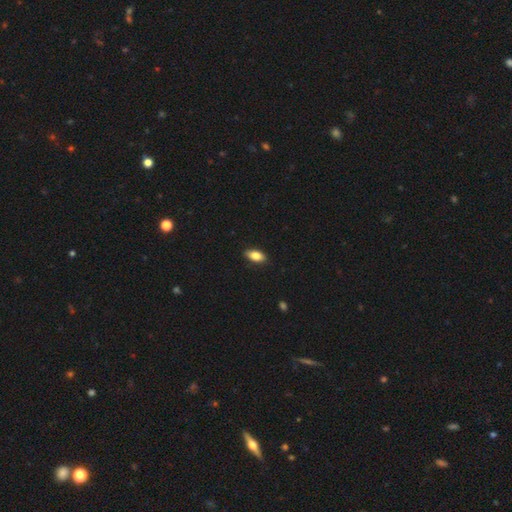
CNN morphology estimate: Overall: smooth (80%). How rounded: in between (88%). Merging: none (88%).